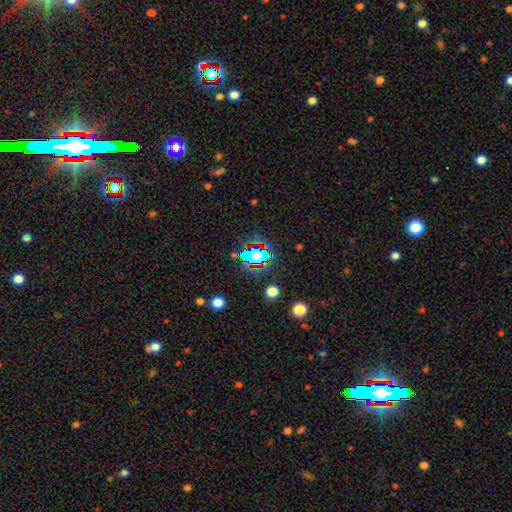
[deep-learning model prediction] Morphology: type=star or artifact (48%).